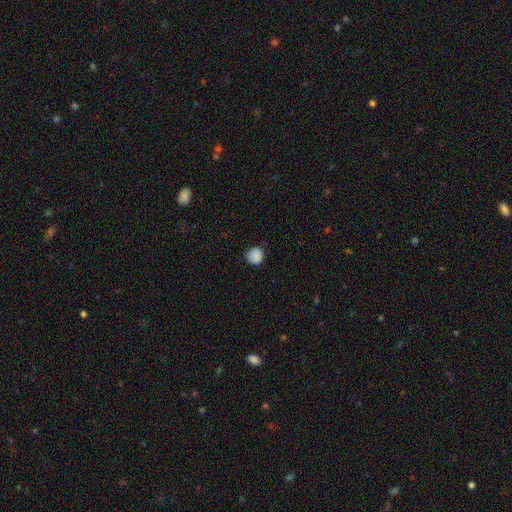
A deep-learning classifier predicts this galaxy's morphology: This appears to be a smooth galaxy with no disk features (88%) that is round (92%). Merging: none (86%).